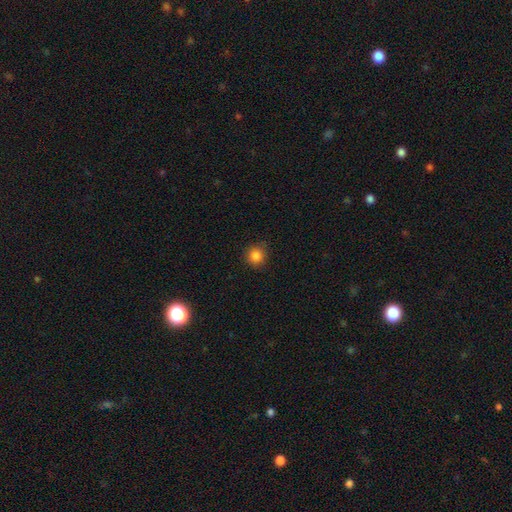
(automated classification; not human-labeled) Smooth or featured? smooth (84%)
How rounded? round (92%)
Merging? none (86%)